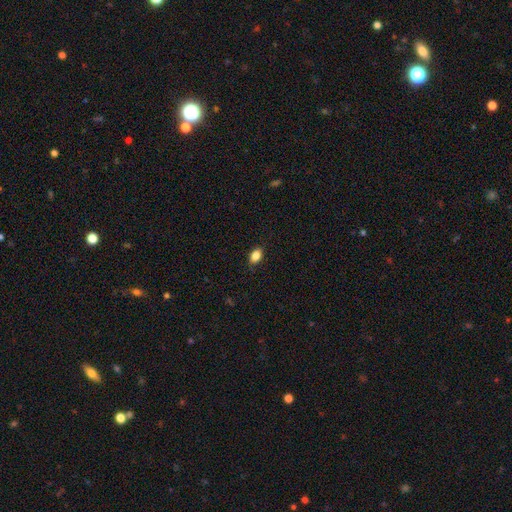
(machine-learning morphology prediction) This is clearly a smooth galaxy (86%). How rounded: clearly in between (84%). Merging: clearly none (85%).